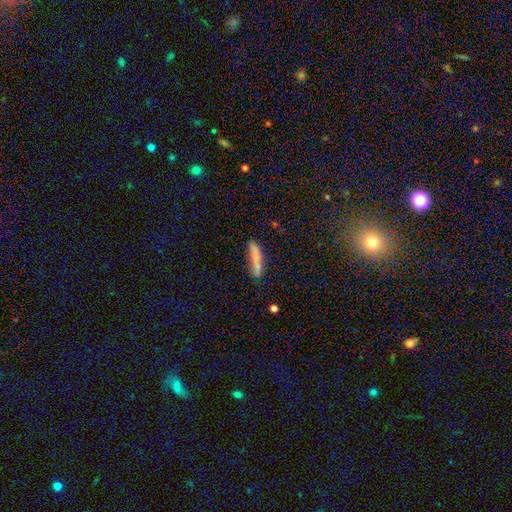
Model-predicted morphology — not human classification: The model was most divided on "merging": none: 61%, minor disturbance: 21%, merger: 10%, major disturbance: 7%. More confident: how rounded — cigar-shaped (82%); smooth or featured — smooth (72%).